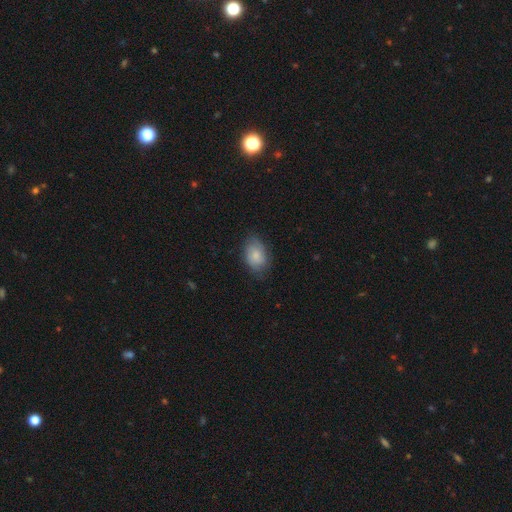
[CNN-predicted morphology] smooth_or_featured: smooth (p=0.72) [alt: featured or disk p=0.21]
how_rounded: in between (p=0.84) [alt: round p=0.14]
merging: none (p=0.70) [alt: minor disturbance p=0.23]